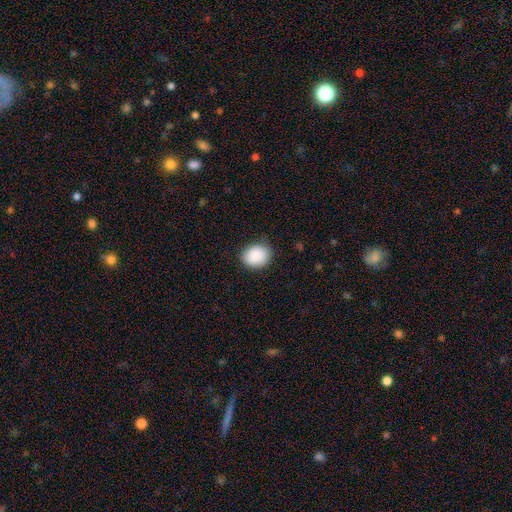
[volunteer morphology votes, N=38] A smooth galaxy with no disk features (89%) that is round (62%).

Vote fractions:
- Smooth or featured? smooth: 89% / star or artifact: 8% / featured or disk: 3%
- How rounded? round: 62% / in between: 38% / cigar-shaped: 0%
- Merging? none: 74% / minor disturbance: 20% / major disturbance: 6% / merger: 0%